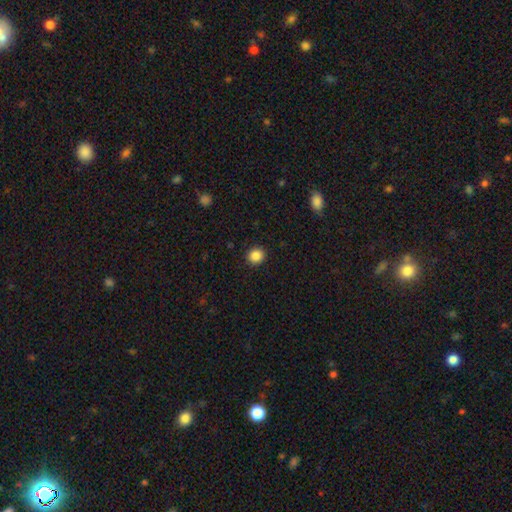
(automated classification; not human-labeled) smooth 87%, star or artifact 10%, featured or disk 3%. Down the decision tree: how rounded — round (86%); merging — none (92%).